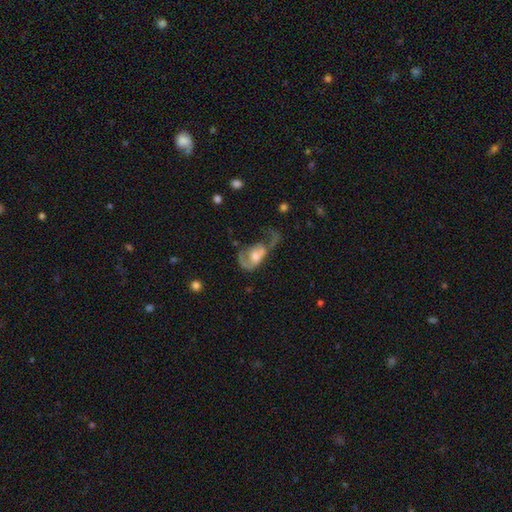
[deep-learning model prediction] The model was most divided on "spiral arms": yes: 63%, no: 37%. More confident: edge-on disk — no (95%); bar — no (70%); smooth or featured — featured or disk (60%); merging — major disturbance (56%); bulge size — moderate (52%).